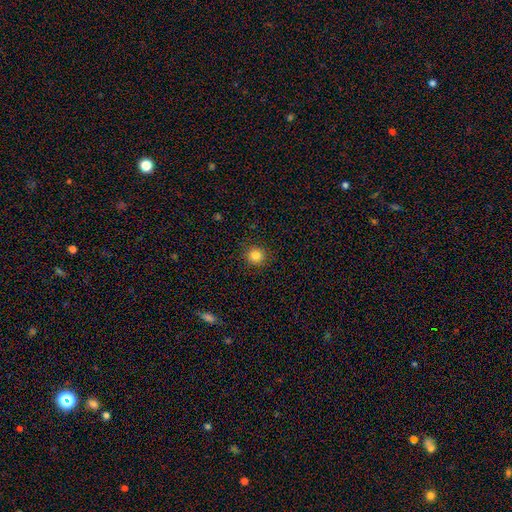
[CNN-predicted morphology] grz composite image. It shows a smooth galaxy with no disk features (84%) that is round (92%). Merging: none (90%).